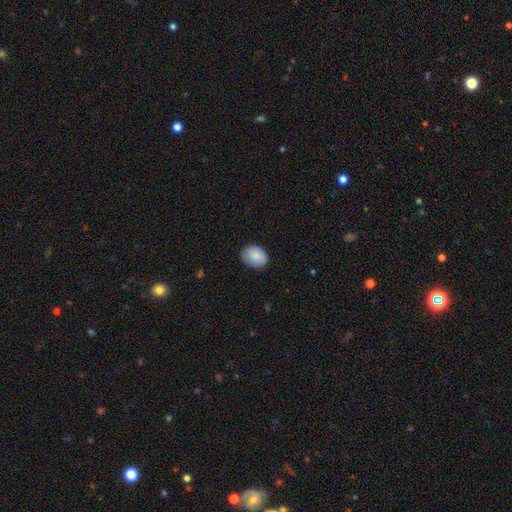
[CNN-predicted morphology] type=smooth (86%); roundness=in between (59%); merging=none (82%).